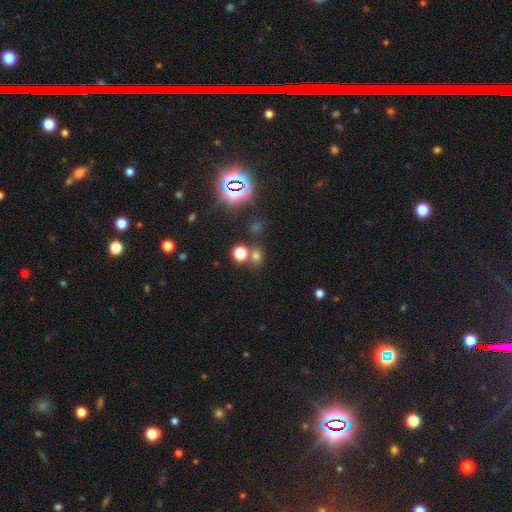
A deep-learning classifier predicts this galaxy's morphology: The model was most divided on "smooth or featured": smooth: 62%, star or artifact: 31%, featured or disk: 7%. More confident: how rounded — round (71%); merging — none (63%).